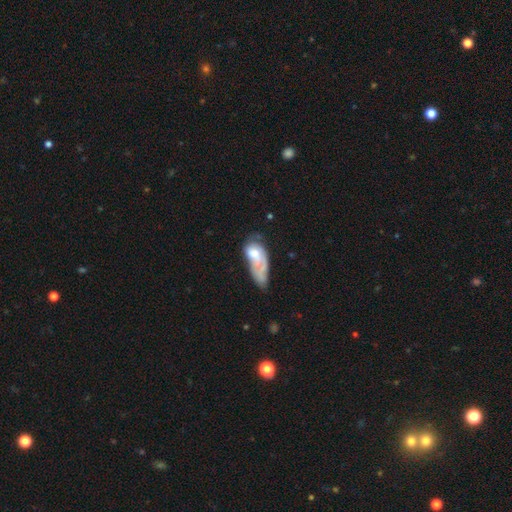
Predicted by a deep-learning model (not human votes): Smooth or featured: smooth — 49% (featured or disk — 44%)
Merging: major disturbance — 36% (minor disturbance — 24%)